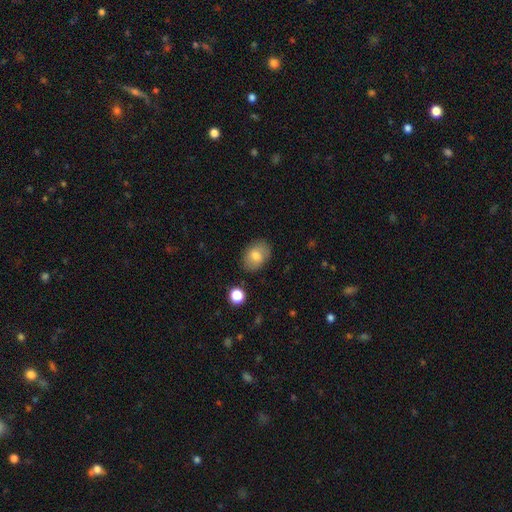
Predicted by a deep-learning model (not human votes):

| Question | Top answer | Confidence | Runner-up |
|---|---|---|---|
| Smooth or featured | smooth | 74% | featured or disk (18%) |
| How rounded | in between | 73% | round (26%) |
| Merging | none | 82% | minor disturbance (13%) |